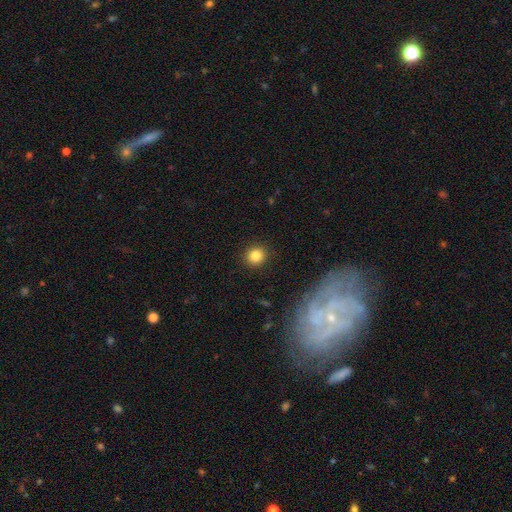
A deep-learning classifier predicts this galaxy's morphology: Smooth or featured? smooth (84%)
How rounded? round (89%)
Merging? none (91%)